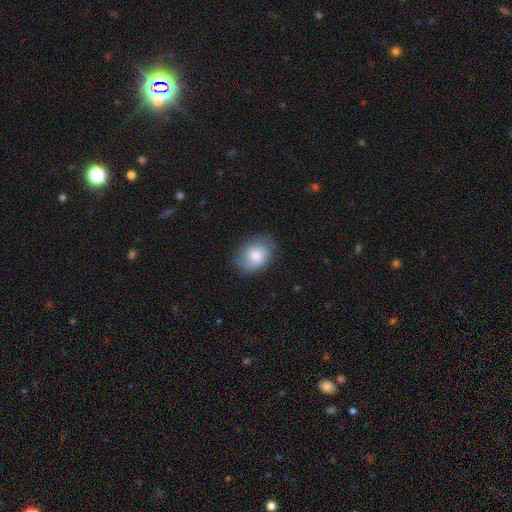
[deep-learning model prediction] smooth_or_featured: smooth (p=0.69) [alt: featured or disk p=0.24]
how_rounded: in between (p=0.61) [alt: round p=0.38]
merging: none (p=0.74) [alt: minor disturbance p=0.20]